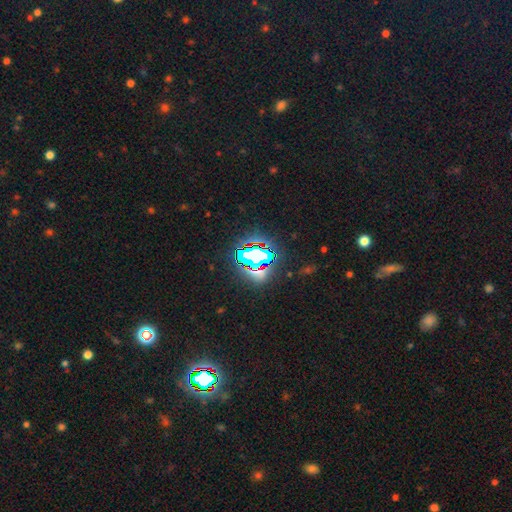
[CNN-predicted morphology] Smooth or featured? star or artifact (72%)